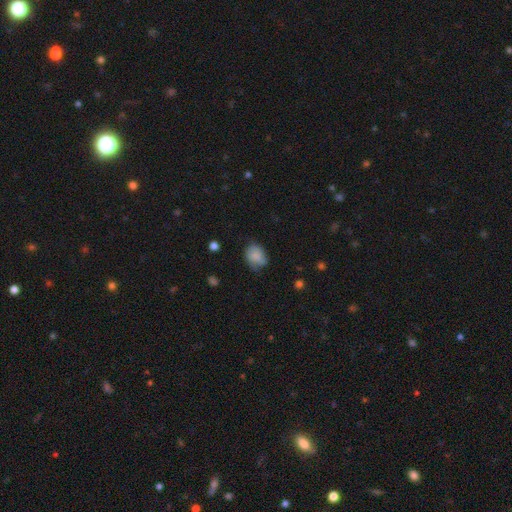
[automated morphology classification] This is likely a smooth galaxy (80%). How rounded: possibly in between (58%). Merging: possibly none (58%).